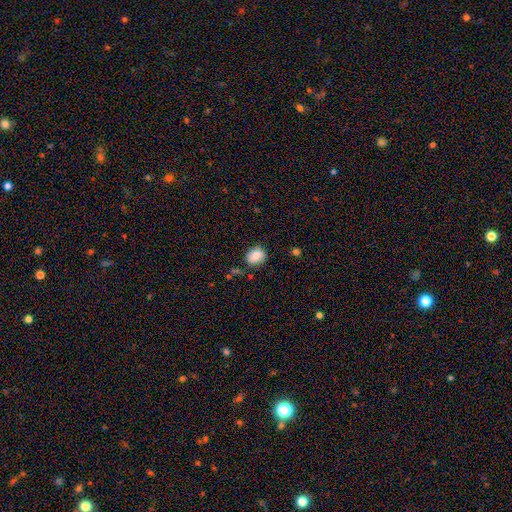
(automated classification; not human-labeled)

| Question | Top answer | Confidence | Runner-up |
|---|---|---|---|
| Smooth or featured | smooth | 85% | star or artifact (8%) |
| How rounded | round | 57% | in between (42%) |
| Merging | none | 73% | minor disturbance (20%) |